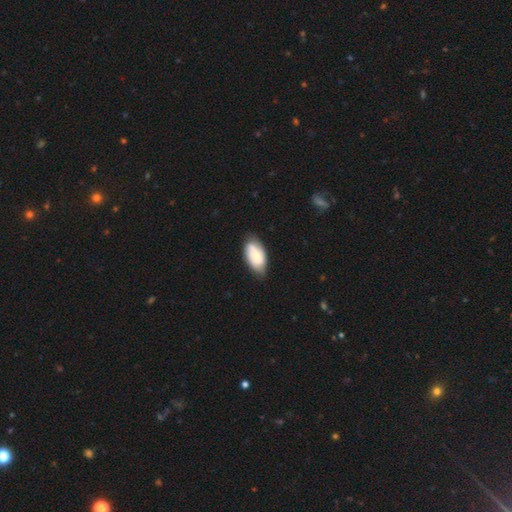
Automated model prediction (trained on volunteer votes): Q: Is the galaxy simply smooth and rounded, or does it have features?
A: smooth — 52%.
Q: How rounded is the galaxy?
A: in between — 93%.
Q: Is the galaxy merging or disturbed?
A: none — 74%.